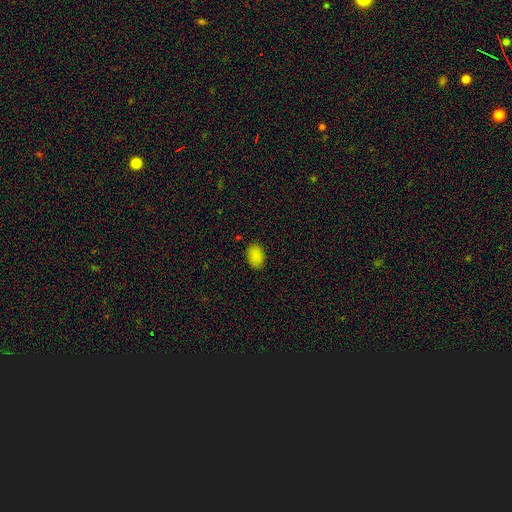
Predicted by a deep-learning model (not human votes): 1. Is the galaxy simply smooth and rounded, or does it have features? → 87% smooth, 10% star or artifact, 3% featured or disk.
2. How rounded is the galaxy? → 88% in between, 11% round, 1% cigar-shaped.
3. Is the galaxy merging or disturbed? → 86% none, 10% minor disturbance, 2% major disturbance, 1% merger.